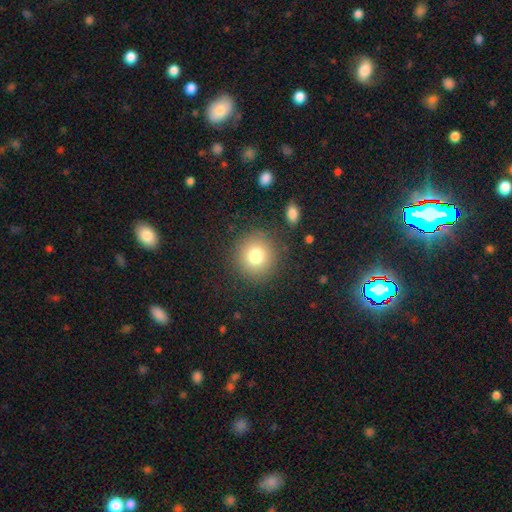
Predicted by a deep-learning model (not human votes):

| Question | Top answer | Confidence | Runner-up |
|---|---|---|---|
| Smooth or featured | smooth | 77% | star or artifact (12%) |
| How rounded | round | 93% | in between (6%) |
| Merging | none | 87% | minor disturbance (7%) |